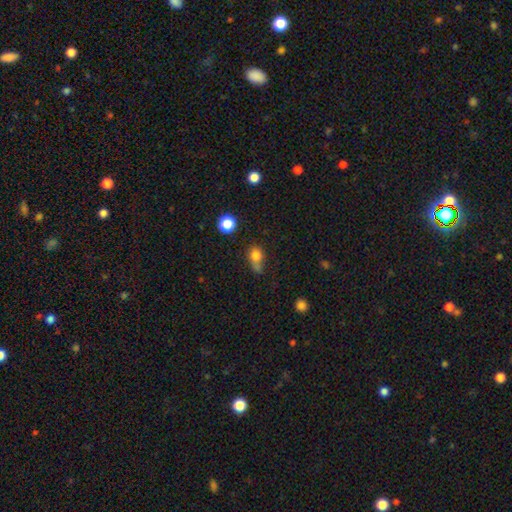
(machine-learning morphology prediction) A smooth galaxy with no disk features (78%) that is round (68%). Merging: none (40%).